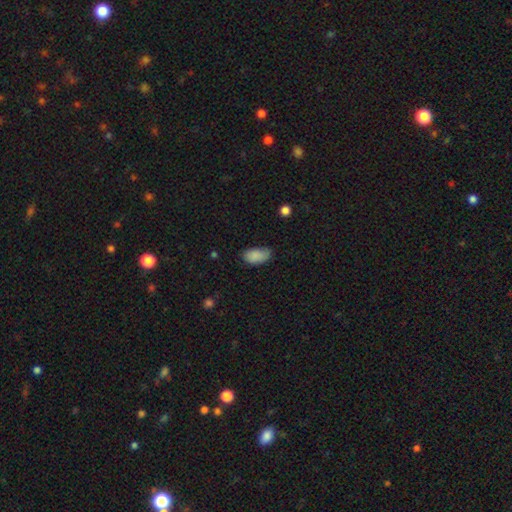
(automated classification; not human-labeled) Smooth or featured? smooth (85%)
How rounded? in between (93%)
Merging? none (55%)